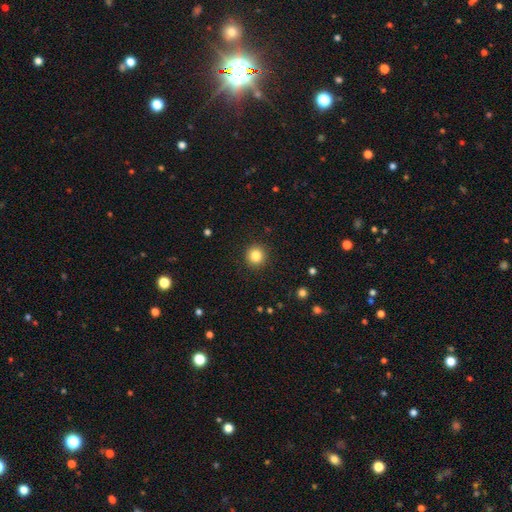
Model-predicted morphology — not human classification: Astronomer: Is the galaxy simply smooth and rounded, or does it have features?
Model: smooth — 84%.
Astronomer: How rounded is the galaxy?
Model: round — 94%.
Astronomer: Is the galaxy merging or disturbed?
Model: none — 92%.